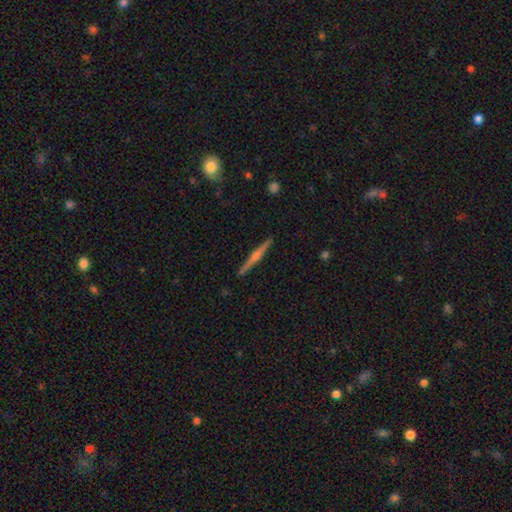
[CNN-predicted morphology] Overall: featured or disk (75%). Edge-on disk: yes (98%). Edge-on bulge: rounded (79%). Merging: none (92%).